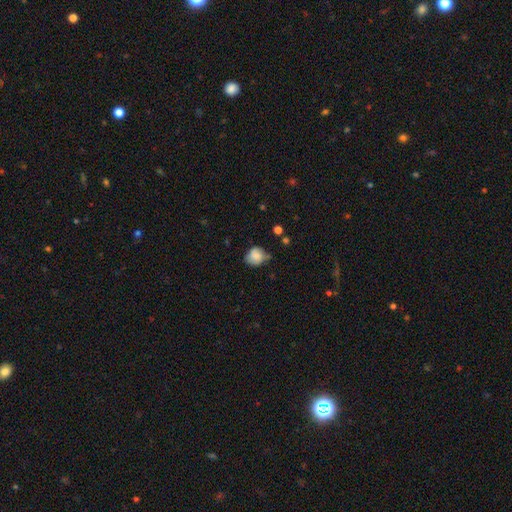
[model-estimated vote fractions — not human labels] Smooth or featured? Predicted: smooth (p=0.77). How rounded? Predicted: round (p=0.74). Merging? Predicted: none (p=0.60).